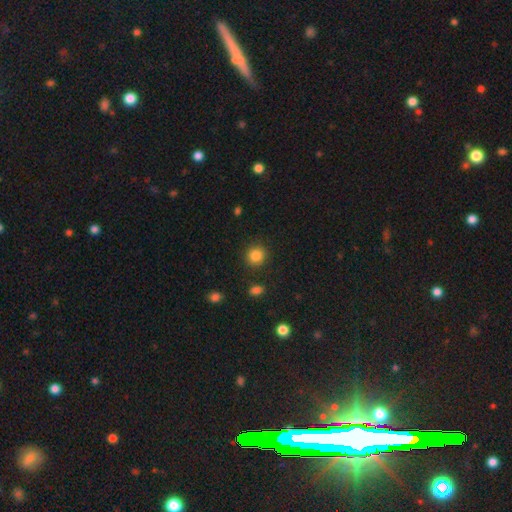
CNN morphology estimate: A smooth galaxy with no disk features (85%) that is round (91%). Merging: none (90%).